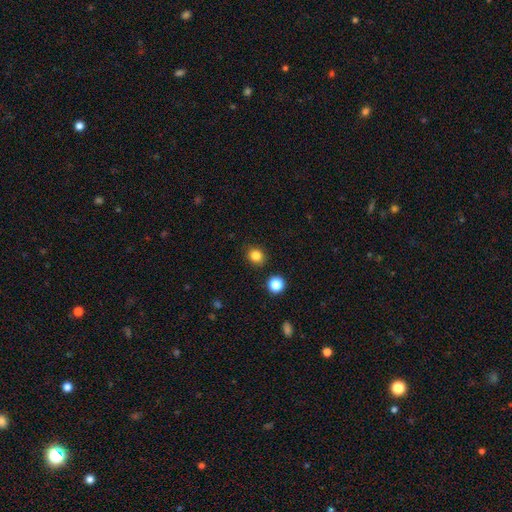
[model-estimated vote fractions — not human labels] The model was most divided on "how rounded": round: 79%, in between: 20%, cigar-shaped: 1%. More confident: merging — none (88%); smooth or featured — smooth (83%).